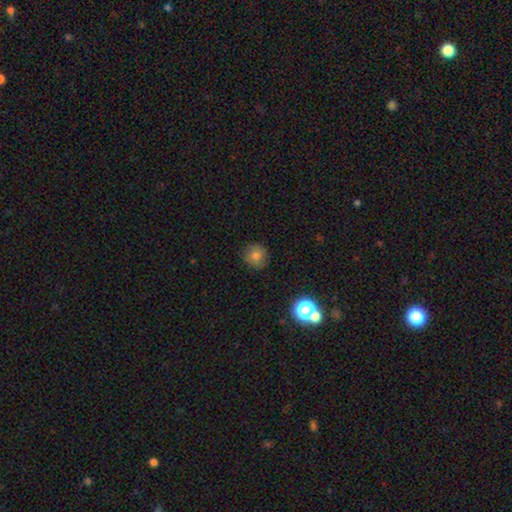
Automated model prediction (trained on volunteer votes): Overall: smooth (77%). How rounded: round (92%). Merging: none (87%).